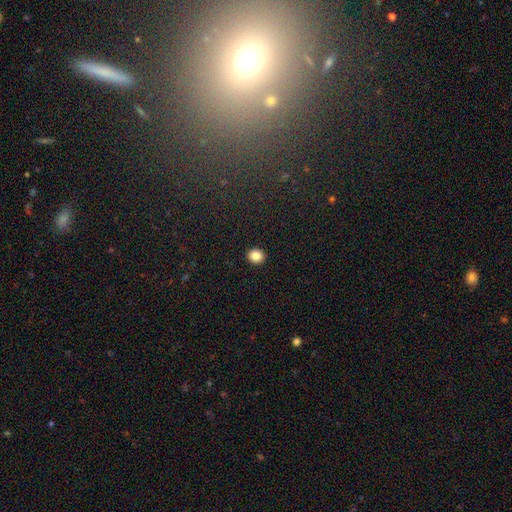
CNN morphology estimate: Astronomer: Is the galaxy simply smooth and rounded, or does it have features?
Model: smooth — 85%.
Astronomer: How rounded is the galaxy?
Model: round — 76%.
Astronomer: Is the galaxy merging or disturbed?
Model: none — 93%.